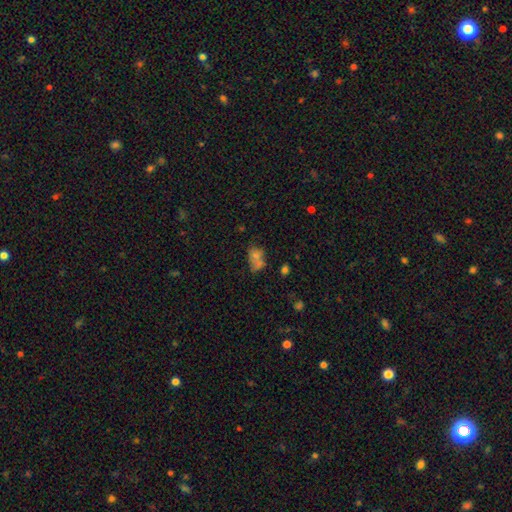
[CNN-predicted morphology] type=smooth (62%); roundness=in between (65%); merging=merger (37%).